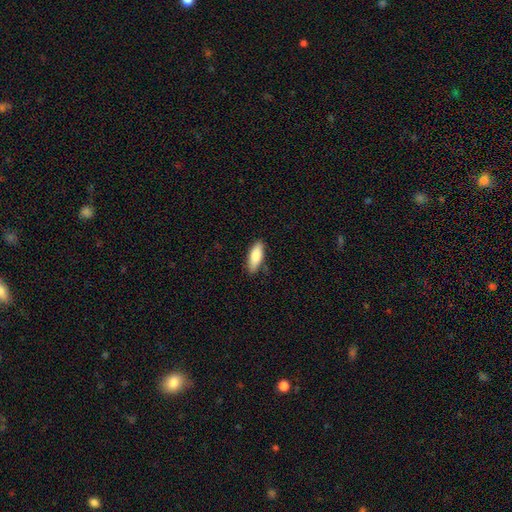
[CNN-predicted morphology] type=smooth (82%); roundness=in between (68%); merging=none (81%).